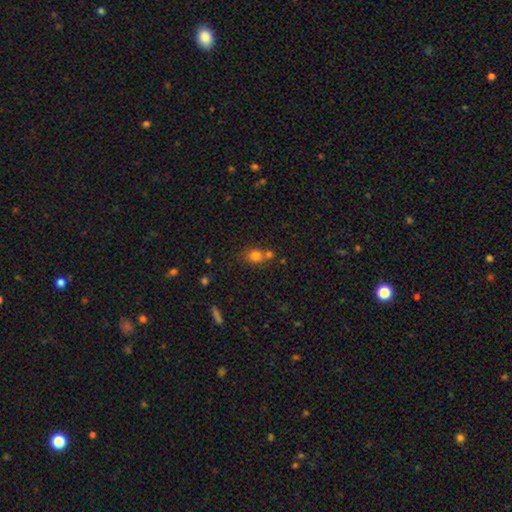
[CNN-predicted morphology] Smooth or featured?
  - smooth: 77% *
  - star or artifact: 13%
  - featured or disk: 9%
How rounded?
  - round: 62% *
  - in between: 36%
  - cigar-shaped: 2%
Merging?
  - none: 50% *
  - merger: 33%
  - minor disturbance: 12%
  - major disturbance: 4%